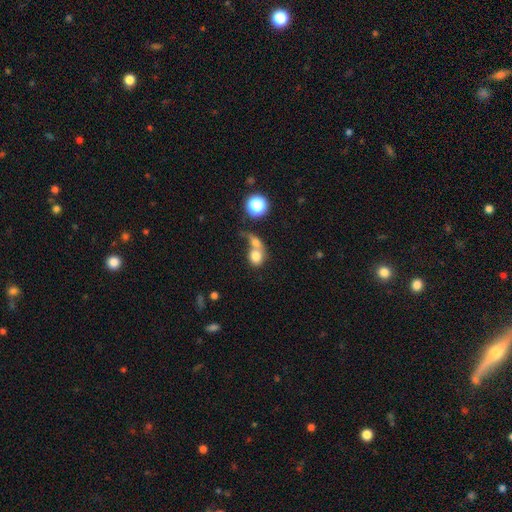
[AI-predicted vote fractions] smooth 75%, featured or disk 14%, star or artifact 11%. Down the decision tree: how rounded — round (64%); merging — merger (63%).